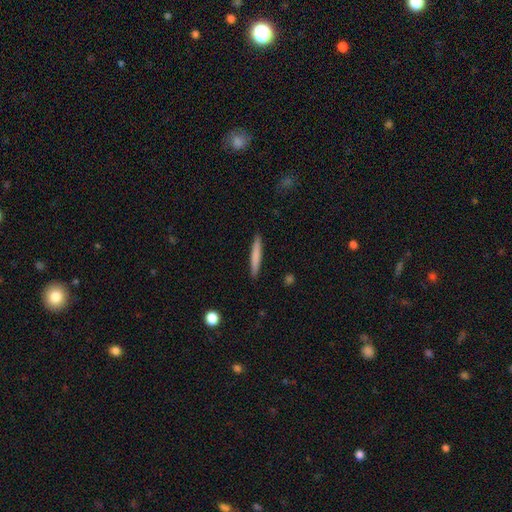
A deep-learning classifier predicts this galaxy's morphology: Smooth or featured?
  - smooth: 75% *
  - featured or disk: 20%
  - star or artifact: 5%
How rounded?
  - cigar-shaped: 95% *
  - in between: 3%
  - round: 1%
Merging?
  - none: 91% *
  - minor disturbance: 6%
  - major disturbance: 1%
  - merger: 1%